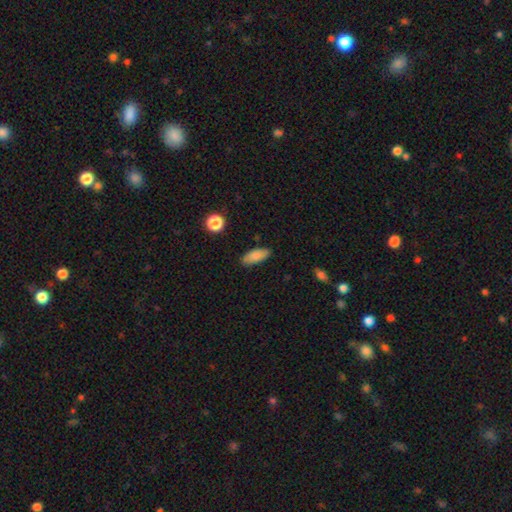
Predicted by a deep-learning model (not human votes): This appears to be a smooth galaxy with no disk features (84%) that is in between round and cigar-shaped (81%). Merging: none (85%).